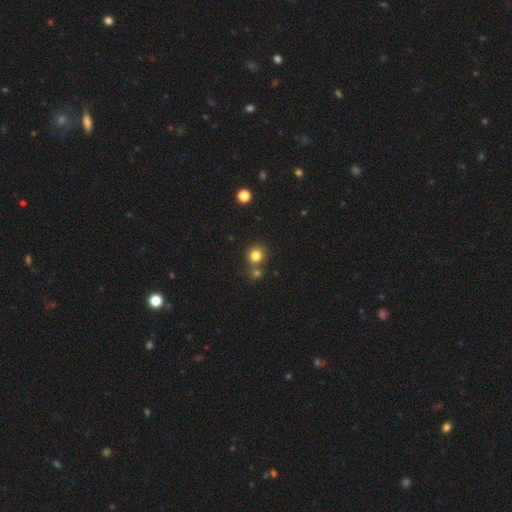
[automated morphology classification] smooth 80%, star or artifact 13%, featured or disk 7%. Down the decision tree: how rounded — round (88%); merging — none (66%).